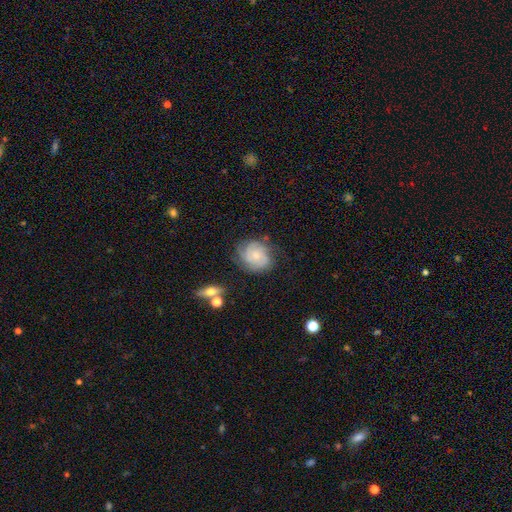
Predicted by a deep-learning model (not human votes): A featured or disk galaxy (62%) with no bar (77%), tight (59%) spiral arms (90%) and a small central bulge (63%). Merging: none (67%).